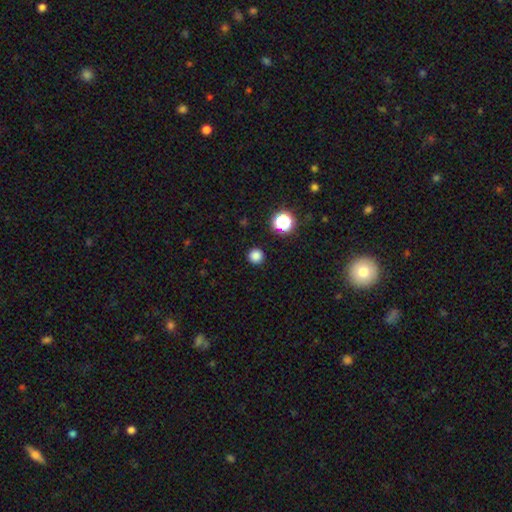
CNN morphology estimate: smooth_or_featured: smooth (p=0.82) [alt: star or artifact p=0.15]
how_rounded: round (p=0.96) [alt: in between p=0.03]
merging: none (p=0.92) [alt: minor disturbance p=0.05]